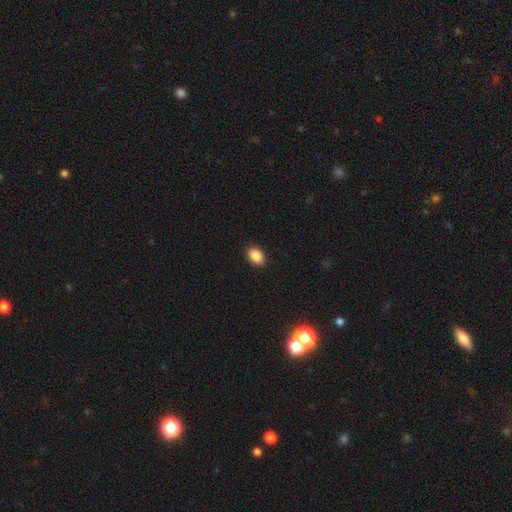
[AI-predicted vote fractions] A smooth galaxy with no disk features (89%) that is in between round and cigar-shaped (82%).

Vote fractions:
- Smooth or featured? smooth: 89% / star or artifact: 8% / featured or disk: 3%
- How rounded? in between: 82% / round: 16% / cigar-shaped: 1%
- Merging? none: 91% / minor disturbance: 6% / major disturbance: 2% / merger: 1%